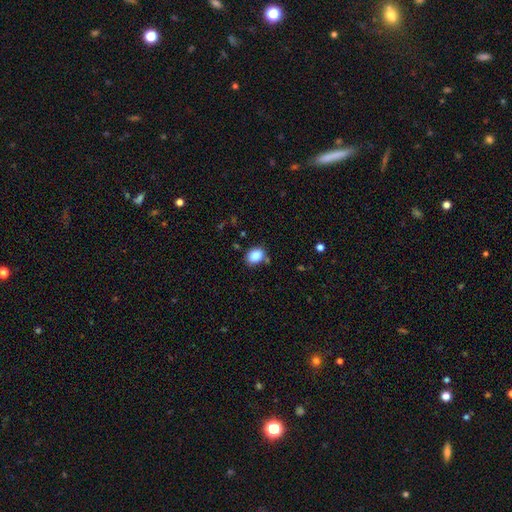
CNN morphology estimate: smooth_or_featured: smooth (p=0.87) [alt: star or artifact p=0.09]
how_rounded: in between (p=0.72) [alt: round p=0.27]
merging: none (p=0.77) [alt: minor disturbance p=0.15]